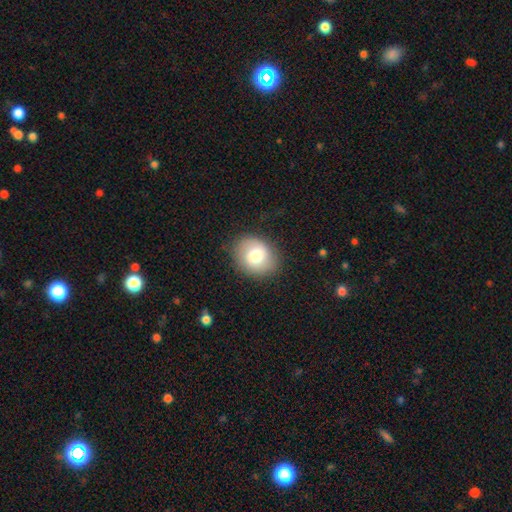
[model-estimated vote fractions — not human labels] Smooth or featured?
  - smooth: 71% *
  - featured or disk: 21%
  - star or artifact: 8%
How rounded?
  - round: 60% *
  - in between: 40%
  - cigar-shaped: 1%
Merging?
  - none: 83% *
  - minor disturbance: 12%
  - major disturbance: 4%
  - merger: 1%